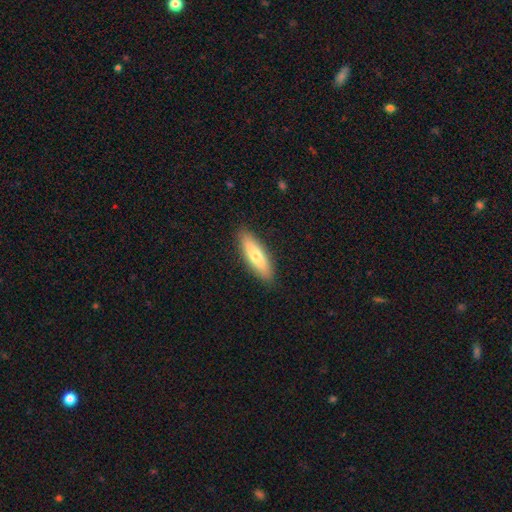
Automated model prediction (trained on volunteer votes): A smooth galaxy with no disk features (69%) that is cigar-shaped (59%).

Vote fractions:
- Smooth or featured? smooth: 69% / featured or disk: 26% / star or artifact: 6%
- How rounded? cigar-shaped: 59% / in between: 39% / round: 2%
- Merging? none: 89% / minor disturbance: 8% / major disturbance: 2% / merger: 1%